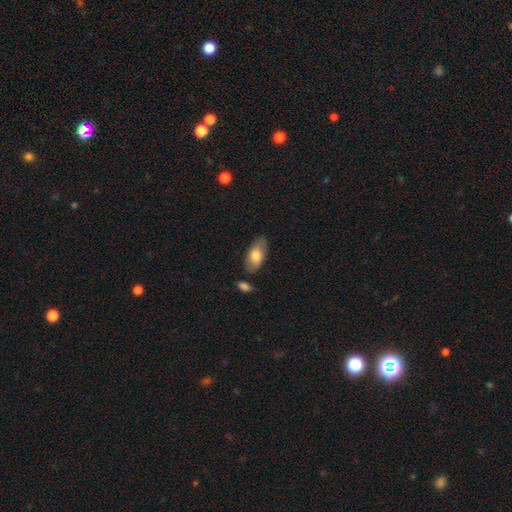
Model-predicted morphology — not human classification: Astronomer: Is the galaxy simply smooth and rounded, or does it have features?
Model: smooth — 74%.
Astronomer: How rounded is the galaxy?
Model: in between — 91%.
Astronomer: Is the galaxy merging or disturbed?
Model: none — 75%.